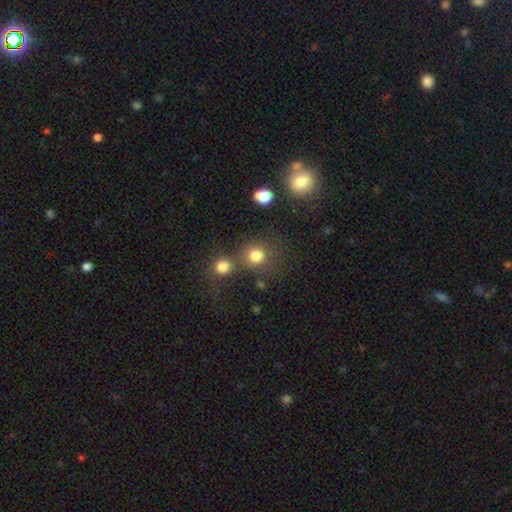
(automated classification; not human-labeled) Smooth or featured? smooth (79%)
How rounded? round (88%)
Merging? none (59%)